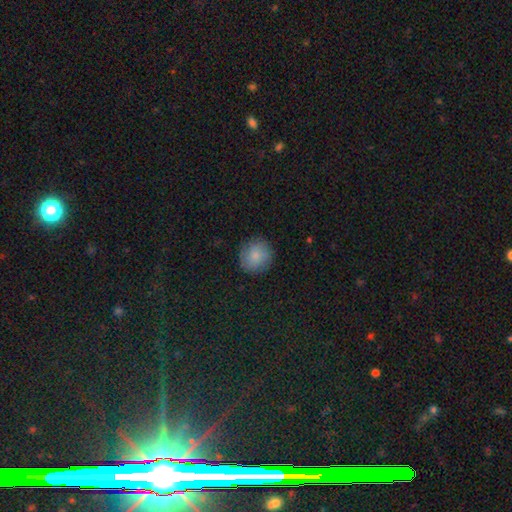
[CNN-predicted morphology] smooth-or-featured: smooth: 82% | featured or disk: 11% | star or artifact: 8%
  how-rounded: round: 88% | in between: 12% | cigar-shaped: 1%
  merging: none: 83% | minor disturbance: 13% | major disturbance: 3% | merger: 1%